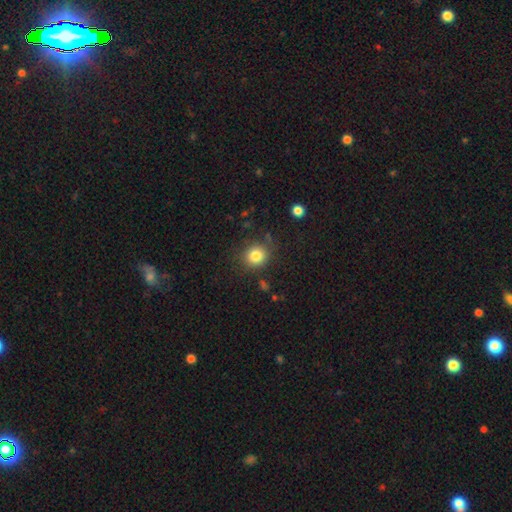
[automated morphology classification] This is clearly a smooth galaxy (82%). How rounded: clearly round (84%). Merging: clearly none (82%).